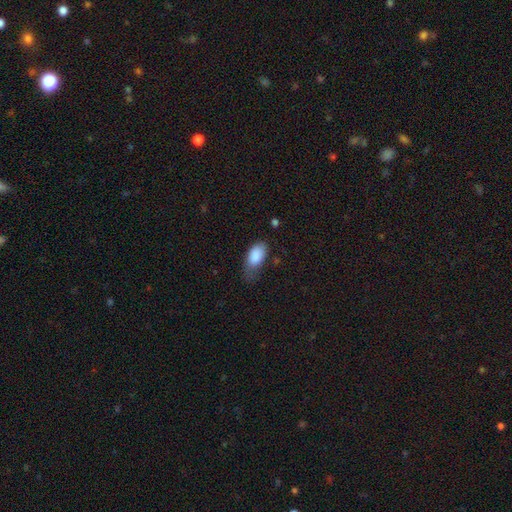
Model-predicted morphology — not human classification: type=smooth (86%); roundness=in between (93%); merging=minor disturbance (40%).